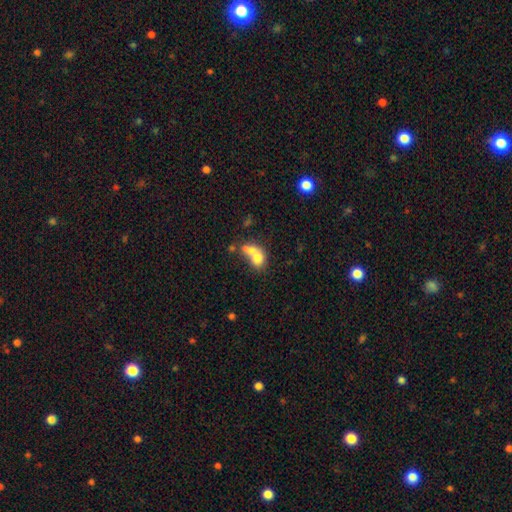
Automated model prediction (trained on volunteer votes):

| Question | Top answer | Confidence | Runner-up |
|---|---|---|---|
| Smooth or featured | smooth | 67% | featured or disk (22%) |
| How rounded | in between | 51% | round (47%) |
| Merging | merger | 66% | none (20%) |